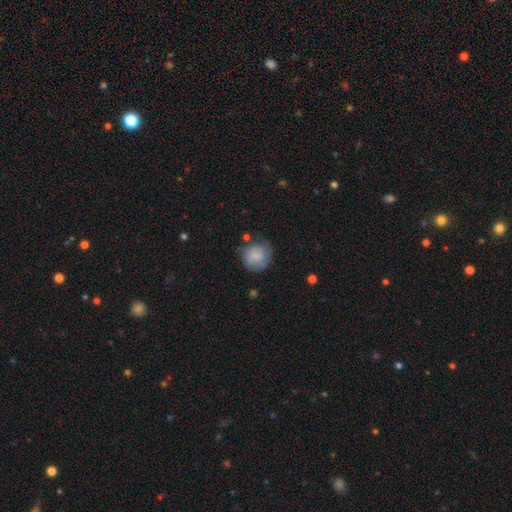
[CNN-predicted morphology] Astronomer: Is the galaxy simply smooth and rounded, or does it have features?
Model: smooth — 68%.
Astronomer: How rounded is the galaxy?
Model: round — 87%.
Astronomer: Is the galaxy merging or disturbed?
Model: none — 65%.